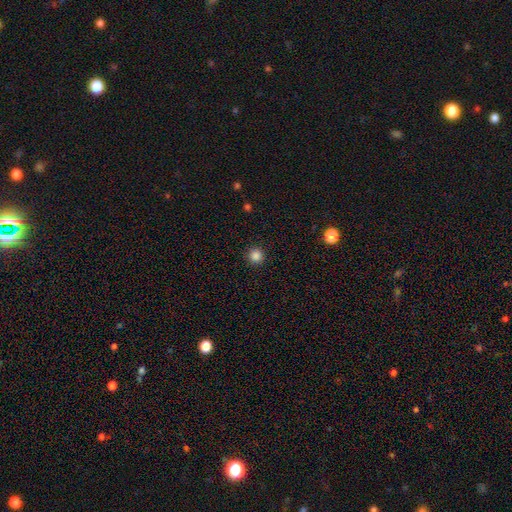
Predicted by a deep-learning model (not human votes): smooth_or_featured: smooth (p=0.85) [alt: star or artifact p=0.12]
how_rounded: round (p=0.96) [alt: in between p=0.03]
merging: none (p=0.93) [alt: minor disturbance p=0.05]